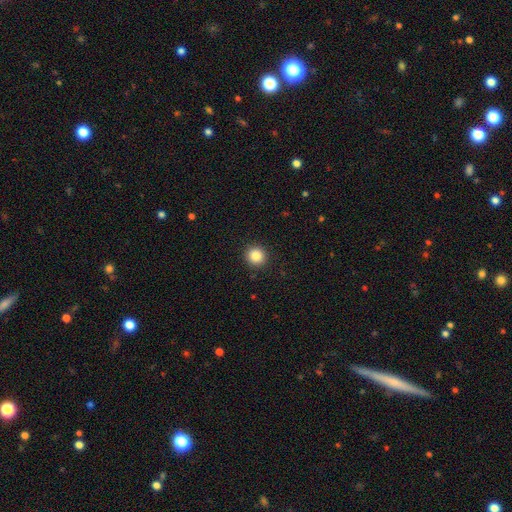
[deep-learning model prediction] This appears to be a smooth galaxy with no disk features (86%) that is round (92%). Merging: none (92%).